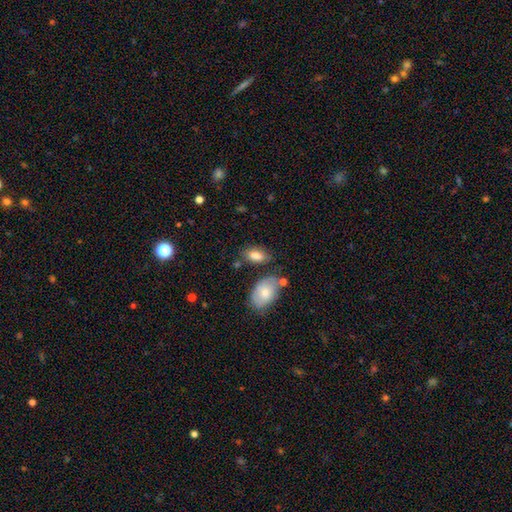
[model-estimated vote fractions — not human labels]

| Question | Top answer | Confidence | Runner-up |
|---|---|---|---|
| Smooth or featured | smooth | 83% | featured or disk (10%) |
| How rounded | in between | 92% | round (5%) |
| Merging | none | 68% | minor disturbance (18%) |